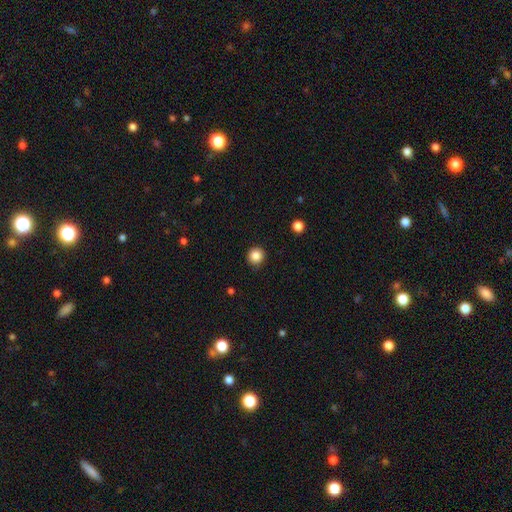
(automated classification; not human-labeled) Smooth or featured? Predicted: smooth (p=0.86). How rounded? Predicted: round (p=0.93). Merging? Predicted: none (p=0.91).